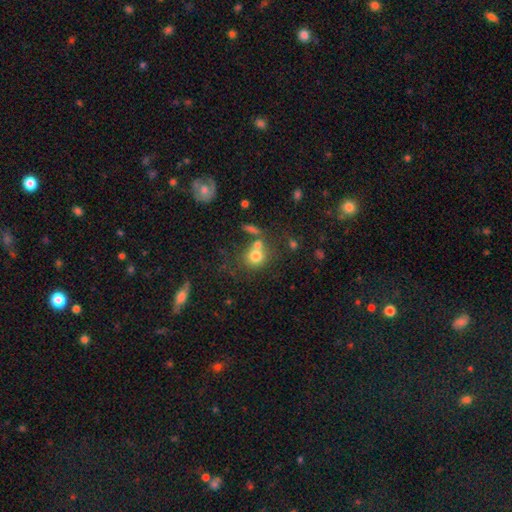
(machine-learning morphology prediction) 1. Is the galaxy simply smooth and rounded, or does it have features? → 76% smooth, 12% featured or disk, 12% star or artifact.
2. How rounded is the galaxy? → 78% round, 21% in between, 1% cigar-shaped.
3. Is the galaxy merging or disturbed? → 48% none, 33% merger, 12% minor disturbance, 6% major disturbance.